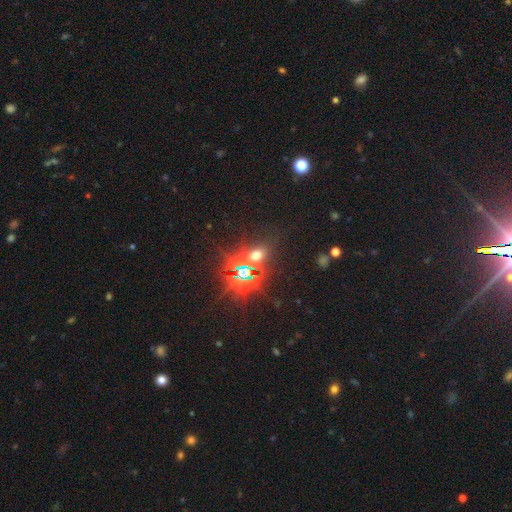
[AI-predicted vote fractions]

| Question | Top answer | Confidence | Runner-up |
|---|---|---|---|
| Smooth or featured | star or artifact | 55% | smooth (37%) |